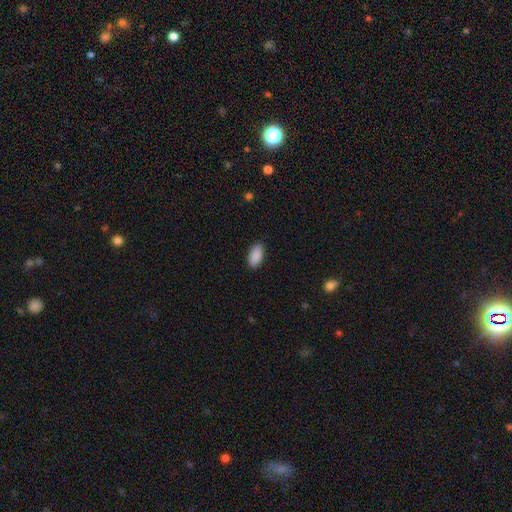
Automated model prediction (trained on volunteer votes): smooth 91%, star or artifact 6%, featured or disk 3%. Down the decision tree: how rounded — in between (93%); merging — none (88%).